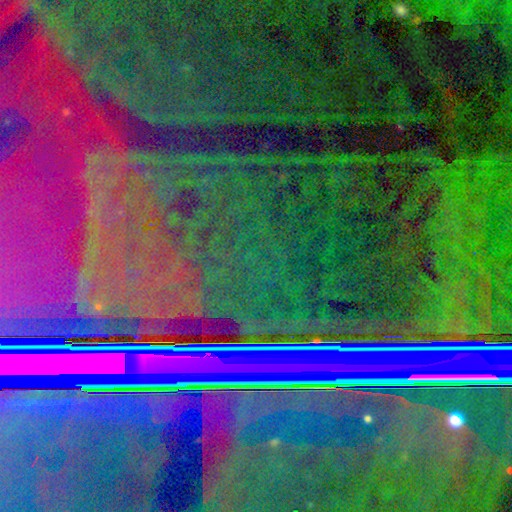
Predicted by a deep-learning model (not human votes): Smooth or featured?
  - star or artifact: 88% *
  - featured or disk: 7%
  - smooth: 5%